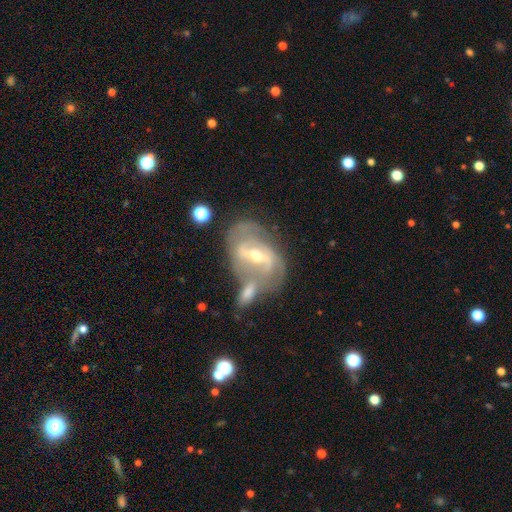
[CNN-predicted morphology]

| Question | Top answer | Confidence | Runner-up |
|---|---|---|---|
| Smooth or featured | featured or disk | 82% | smooth (11%) |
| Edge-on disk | no | 95% | yes (5%) |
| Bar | strong | 46% | weak (39%) |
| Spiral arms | yes | 84% | no (16%) |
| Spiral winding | tight | 40% | tied: medium (40%) |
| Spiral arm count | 2 | 64% | can't tell (23%) |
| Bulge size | moderate | 51% | small (46%) |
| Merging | none | 40% | merger (35%) |